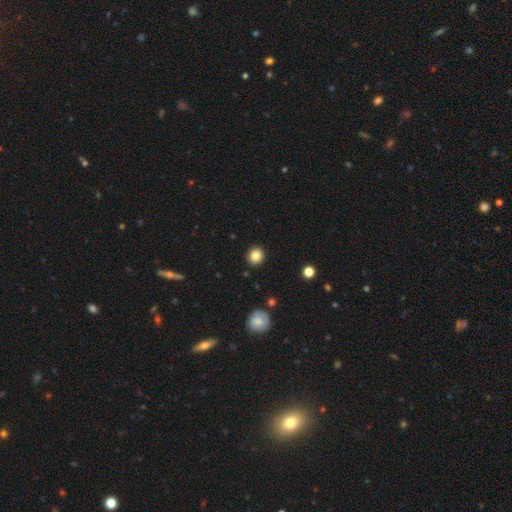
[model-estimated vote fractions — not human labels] Smooth or featured? Predicted: smooth (p=0.85). How rounded? Predicted: round (p=0.86). Merging? Predicted: none (p=0.91).